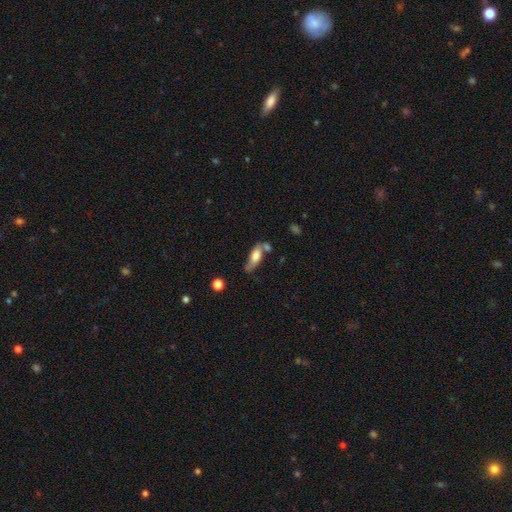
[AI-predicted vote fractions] Smooth or featured: smooth — 56% (featured or disk — 36%)
How rounded: in between — 65% (cigar-shaped — 31%)
Merging: none — 47% (minor disturbance — 23%)